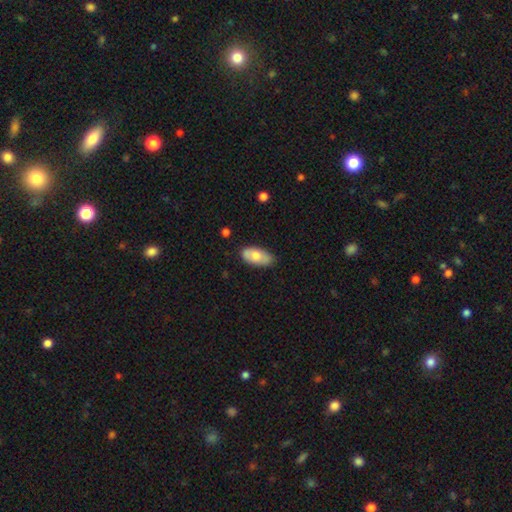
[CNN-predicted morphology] Smooth or featured: smooth — 71% (featured or disk — 23%)
How rounded: in between — 92% (cigar-shaped — 5%)
Merging: none — 79% (minor disturbance — 17%)